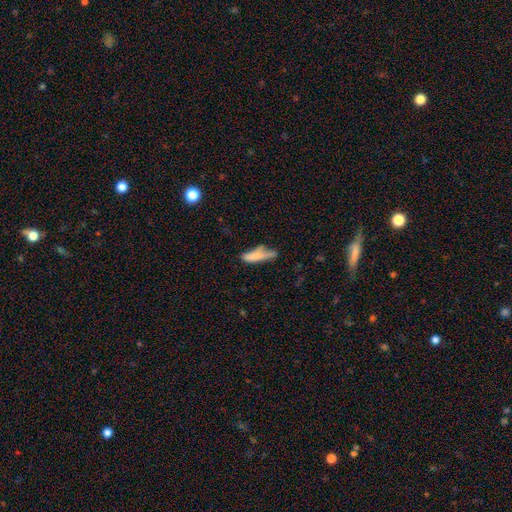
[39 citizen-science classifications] A smooth galaxy with no disk features (64%) that is cigar-shaped (72%). Merging: minor disturbance (33%).